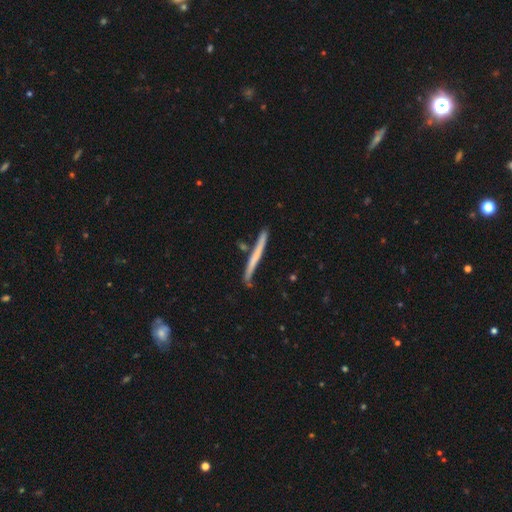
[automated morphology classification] type=smooth (49%); merging=none (78%).